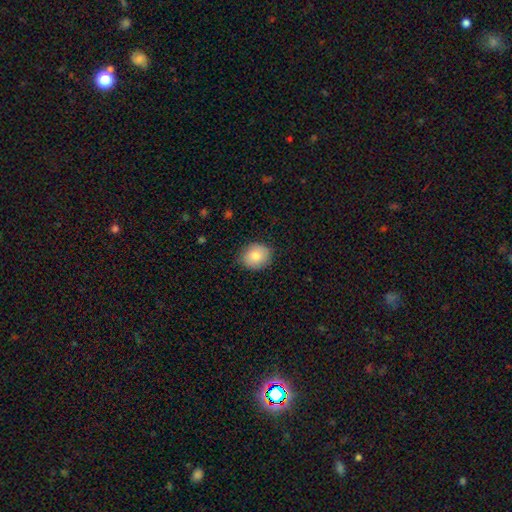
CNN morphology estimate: Smooth or featured: smooth — 84% (featured or disk — 8%)
How rounded: round — 68% (in between — 31%)
Merging: none — 86% (minor disturbance — 11%)